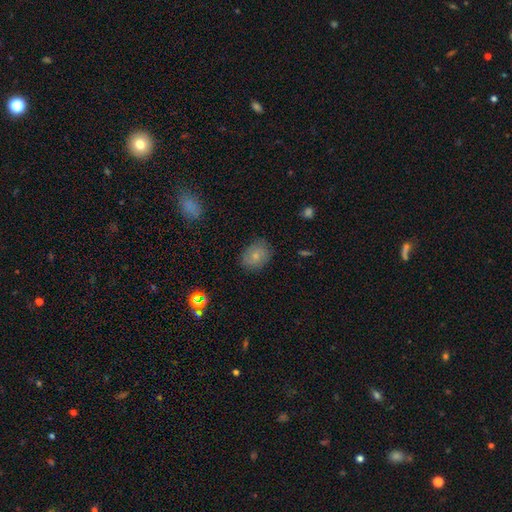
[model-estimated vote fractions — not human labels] smooth 71%, featured or disk 19%, star or artifact 11%. Down the decision tree: how rounded — in between (55%); merging — none (80%).